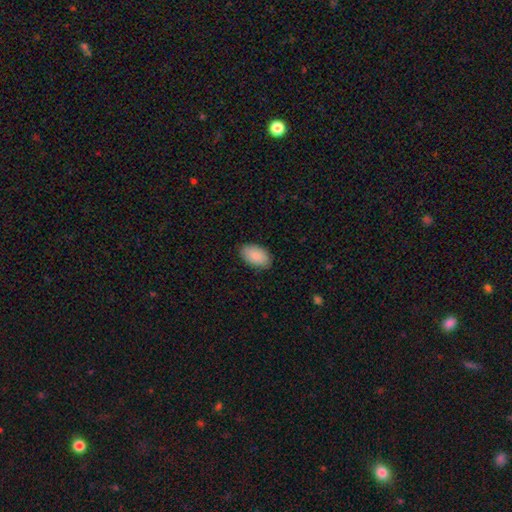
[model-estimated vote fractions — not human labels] Smooth or featured? Predicted: smooth (p=0.89). How rounded? Predicted: in between (p=0.95). Merging? Predicted: none (p=0.86).